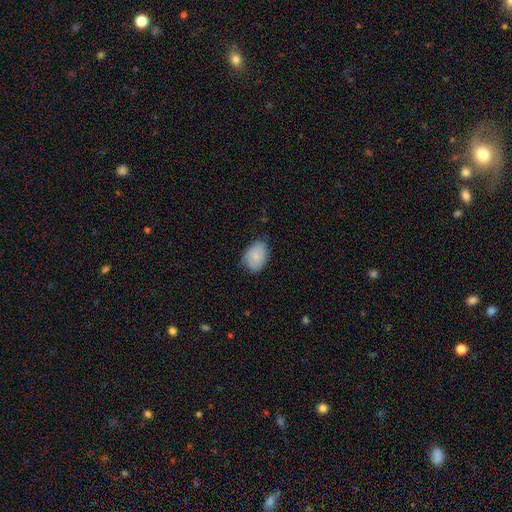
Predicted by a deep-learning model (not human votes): A smooth galaxy with no disk features (82%) that is in between round and cigar-shaped (77%). Merging: none (65%).